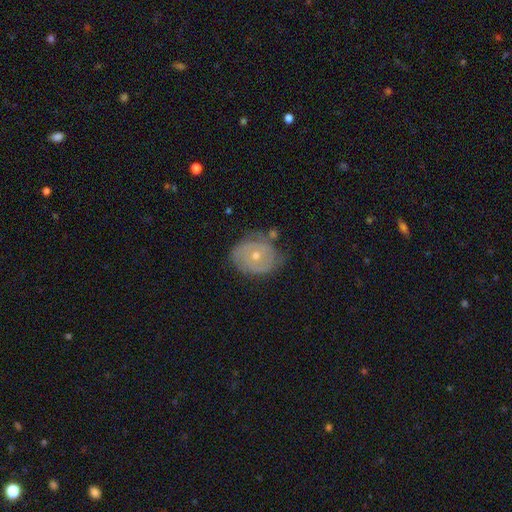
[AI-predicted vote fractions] smooth-or-featured: featured or disk: 73% | smooth: 20% | star or artifact: 7%
  disk-edge-on: no: 97% | yes: 3%
    bar: no: 80% | weak: 17% | strong: 3%
    has-spiral-arms: yes: 81% | no: 19%
      spiral-winding: tight: 74% | medium: 20% | loose: 6%
      spiral-arm-count: can't tell: 37% (tied) | 2: 37% (tied) | 3: 12% | 1: 6% | 4: 4% | more than 4: 3%
    bulge-size: moderate: 53% | small: 44% | large: 1% | none: 1% | dominant: 1%
  merging: none: 63% | minor disturbance: 24% | major disturbance: 8% | merger: 4%